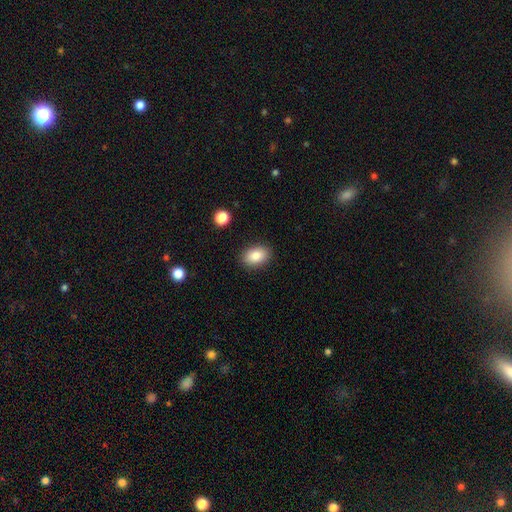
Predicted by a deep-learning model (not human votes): Smooth or featured?
  - smooth: 86% *
  - star or artifact: 8%
  - featured or disk: 6%
How rounded?
  - in between: 84% *
  - round: 14%
  - cigar-shaped: 1%
Merging?
  - none: 88% *
  - minor disturbance: 9%
  - major disturbance: 2%
  - merger: 1%